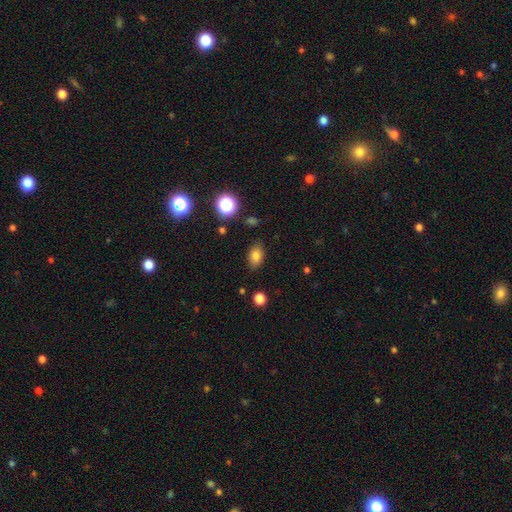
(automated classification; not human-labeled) This appears to be a smooth galaxy with no disk features (79%) that is in between round and cigar-shaped (85%). Merging: none (84%).